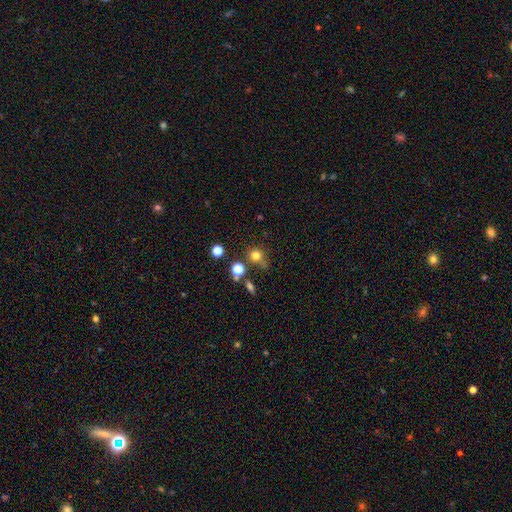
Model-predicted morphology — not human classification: Smooth or featured: smooth — 76% (star or artifact — 16%)
How rounded: round — 86% (in between — 12%)
Merging: none — 65% (minor disturbance — 15%)